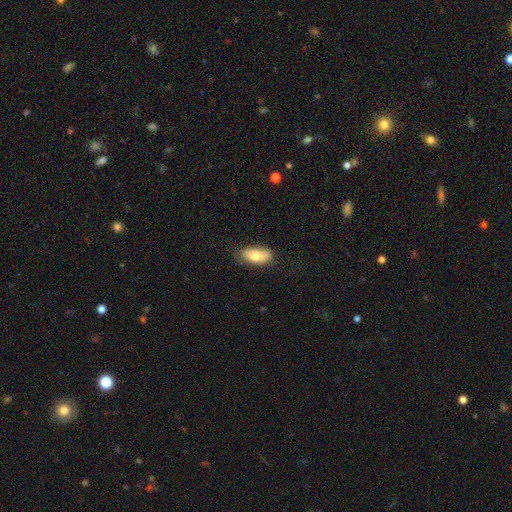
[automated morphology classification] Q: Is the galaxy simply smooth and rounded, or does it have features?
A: smooth — 75%.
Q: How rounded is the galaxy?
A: in between — 90%.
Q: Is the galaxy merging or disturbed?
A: none — 73%.